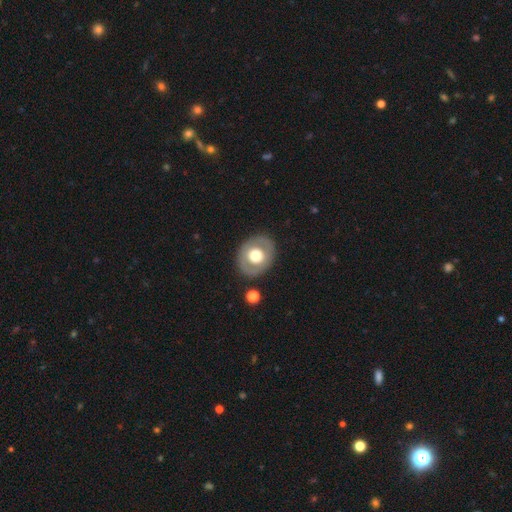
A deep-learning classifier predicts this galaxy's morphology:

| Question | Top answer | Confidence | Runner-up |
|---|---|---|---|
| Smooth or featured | smooth | 50% | featured or disk (44%) |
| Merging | none | 85% | minor disturbance (9%) |